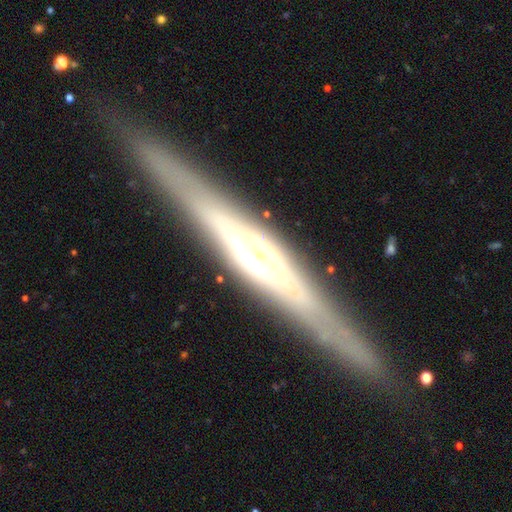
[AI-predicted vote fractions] Smooth or featured? featured or disk (82%)
Edge-on disk? yes (96%)
Edge-on bulge? rounded (61%)
Merging? none (88%)